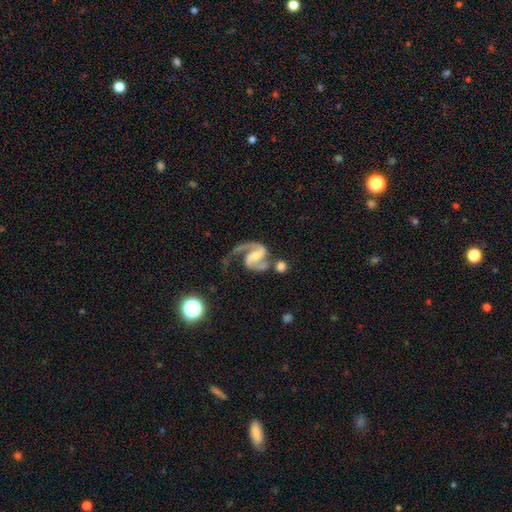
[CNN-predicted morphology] The model was most divided on "bar": weak: 41%, strong: 35%, no: 23%. Remaining: edge-on disk — no (98%); spiral arms — yes (98%); smooth or featured — featured or disk (91%); spiral arm count — 2 (87%); spiral winding — medium (55%); bulge size — small (48%); merging — none (46%).